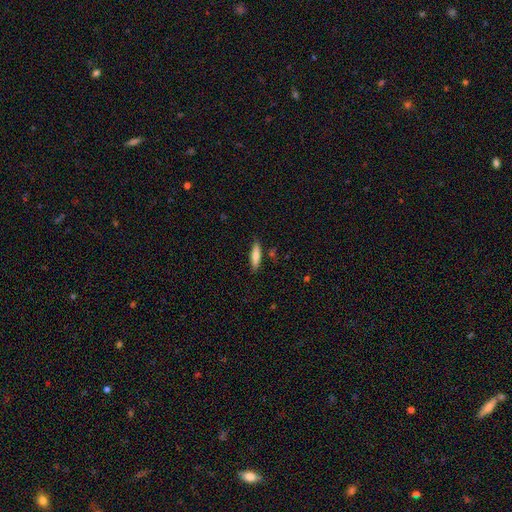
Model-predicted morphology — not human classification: This appears to be a smooth galaxy with no disk features (75%) that is cigar-shaped (71%). Merging: none (85%).